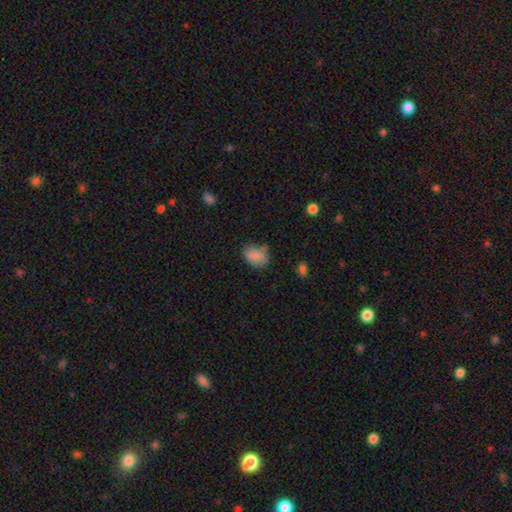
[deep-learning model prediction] Smooth or featured? smooth (83%)
How rounded? in between (78%)
Merging? none (63%)